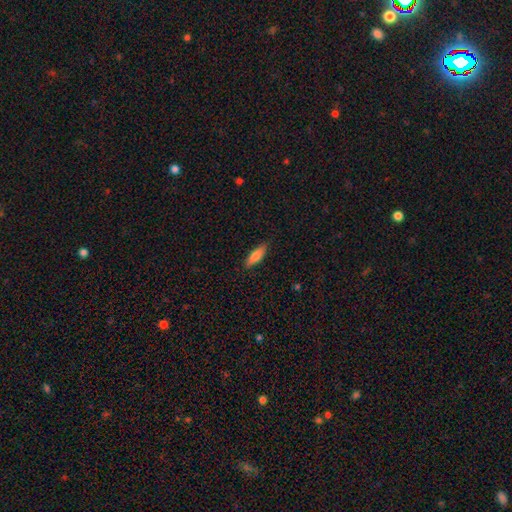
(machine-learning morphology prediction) smooth 77%, featured or disk 17%, star or artifact 6%. Down the decision tree: how rounded — cigar-shaped (52%); merging — none (87%).